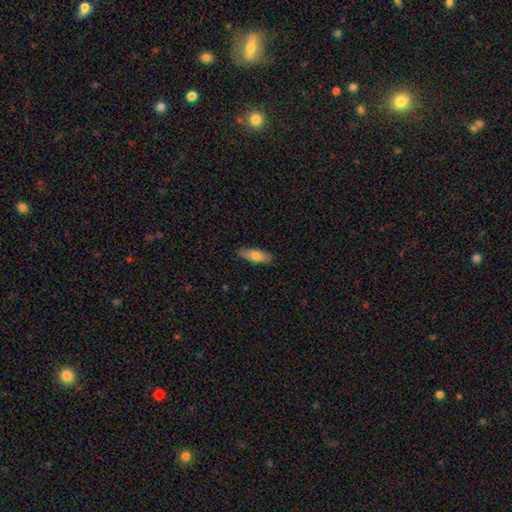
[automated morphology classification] smooth-or-featured: smooth: 77% | featured or disk: 18% | star or artifact: 6%
  how-rounded: in between: 63% | cigar-shaped: 35% | round: 2%
  merging: none: 85% | minor disturbance: 11% | major disturbance: 2% | merger: 1%